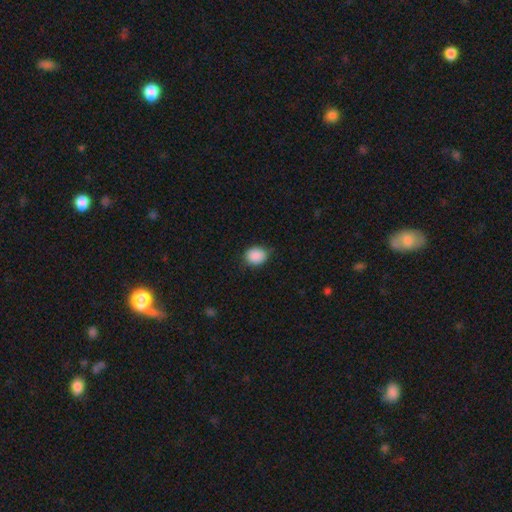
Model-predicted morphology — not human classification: This appears to be a smooth galaxy with no disk features (89%) that is round (58%). Merging: none (82%).